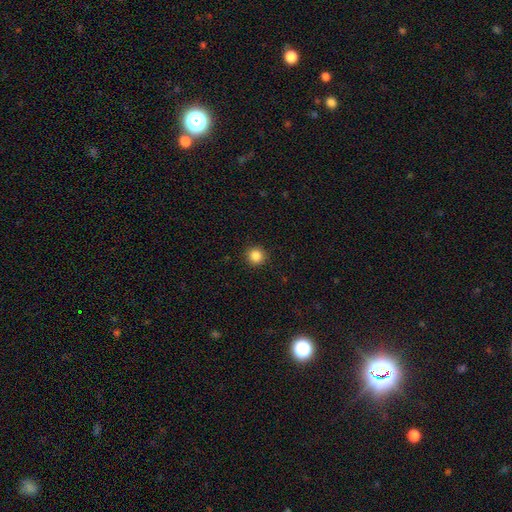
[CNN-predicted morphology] smooth_or_featured: smooth (p=0.86) [alt: star or artifact p=0.11]
how_rounded: round (p=0.95) [alt: in between p=0.04]
merging: none (p=0.92) [alt: minor disturbance p=0.05]